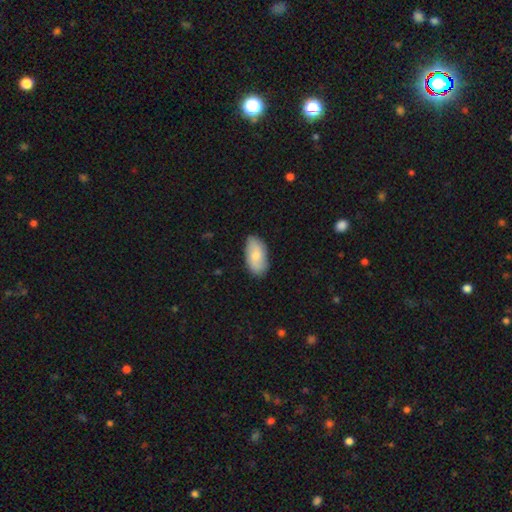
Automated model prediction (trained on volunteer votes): A smooth galaxy with no disk features (72%) that is in between round and cigar-shaped (94%).

Vote fractions:
- Smooth or featured? smooth: 72% / featured or disk: 22% / star or artifact: 6%
- How rounded? in between: 94% / cigar-shaped: 3% / round: 3%
- Merging? none: 82% / minor disturbance: 14% / major disturbance: 2% / merger: 1%